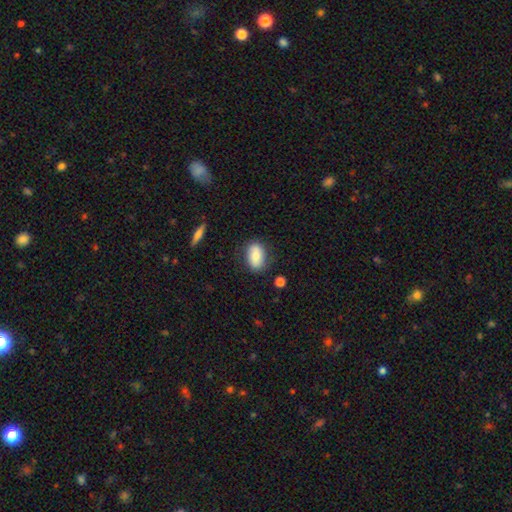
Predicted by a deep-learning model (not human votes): The model was most divided on "merging": none: 78%, minor disturbance: 16%, major disturbance: 4%, merger: 2%. More confident: how rounded — in between (86%); smooth or featured — smooth (78%).